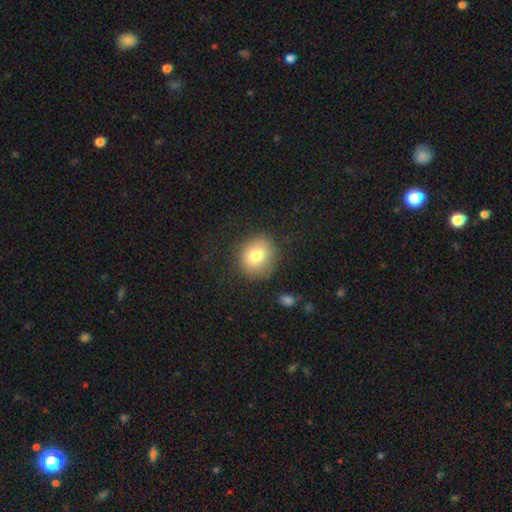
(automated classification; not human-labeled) Smooth or featured?
  - smooth: 79% *
  - featured or disk: 12%
  - star or artifact: 10%
How rounded?
  - round: 83% *
  - in between: 16%
  - cigar-shaped: 1%
Merging?
  - none: 83% *
  - minor disturbance: 11%
  - major disturbance: 4%
  - merger: 2%